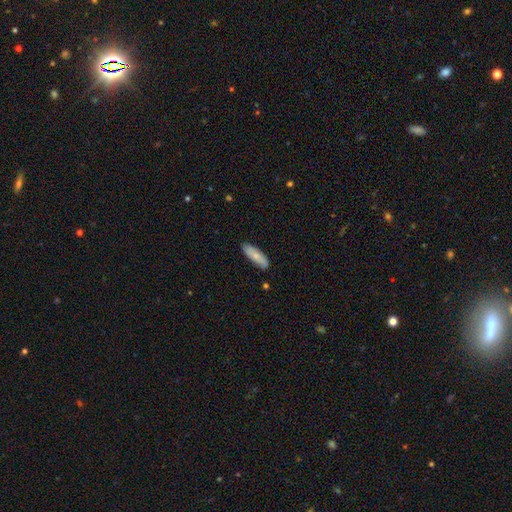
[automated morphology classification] smooth-or-featured: smooth: 77% | featured or disk: 17% | star or artifact: 6%
  how-rounded: in between: 51% | cigar-shaped: 47% | round: 2%
  merging: none: 85% | minor disturbance: 12% | major disturbance: 2% | merger: 1%